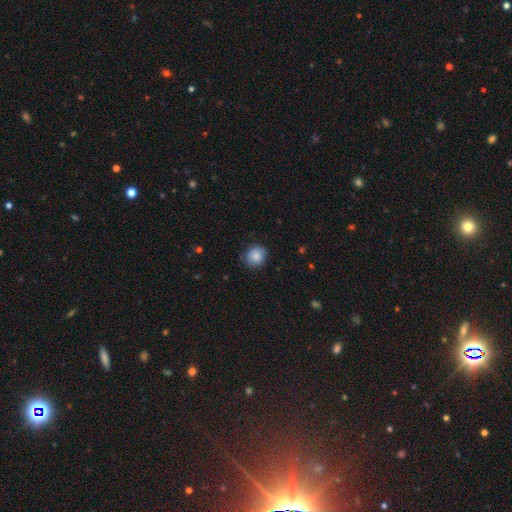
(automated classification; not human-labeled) Smooth or featured? Predicted: smooth (p=0.85). How rounded? Predicted: round (p=0.78). Merging? Predicted: none (p=0.81).